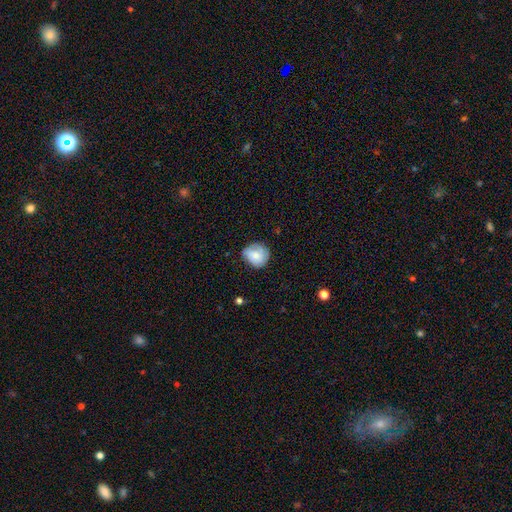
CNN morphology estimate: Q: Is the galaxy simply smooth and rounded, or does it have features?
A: smooth — 68%.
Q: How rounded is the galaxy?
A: round — 77%.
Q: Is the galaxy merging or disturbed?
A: none — 61%.